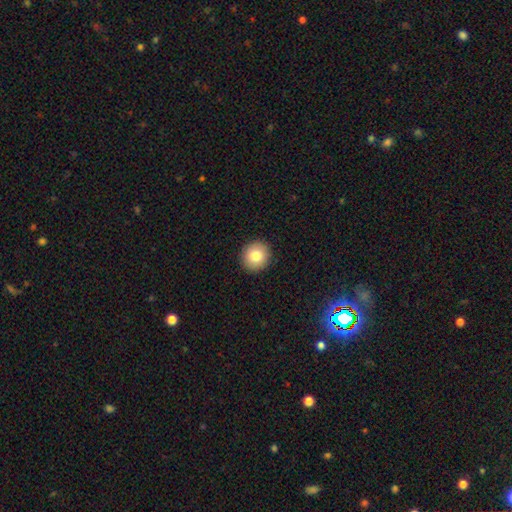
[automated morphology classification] This appears to be a smooth galaxy with no disk features (81%) that is round (92%). Merging: none (93%).